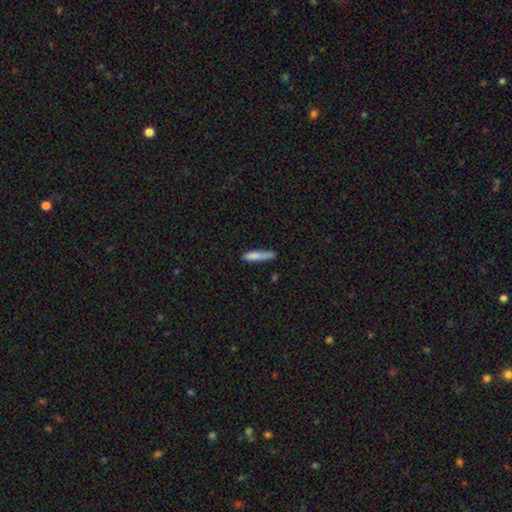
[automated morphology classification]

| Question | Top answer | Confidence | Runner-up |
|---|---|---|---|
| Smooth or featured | smooth | 80% | featured or disk (13%) |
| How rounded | cigar-shaped | 84% | in between (15%) |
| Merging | none | 63% | minor disturbance (26%) |